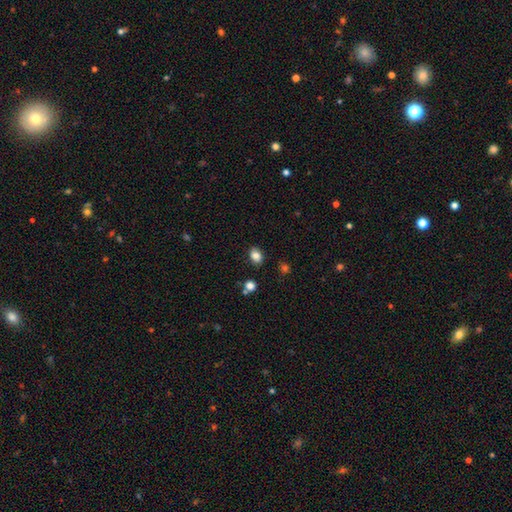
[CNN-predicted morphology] smooth-or-featured: smooth: 83% | star or artifact: 11% | featured or disk: 6%
  how-rounded: in between: 65% | round: 33% | cigar-shaped: 1%
  merging: none: 84% | minor disturbance: 11% | merger: 3% | major disturbance: 3%